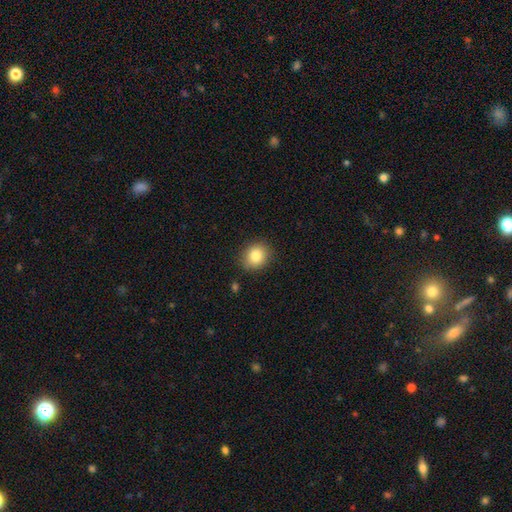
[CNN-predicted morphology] This appears to be a smooth galaxy with no disk features (83%) that is round (77%). Merging: none (86%).